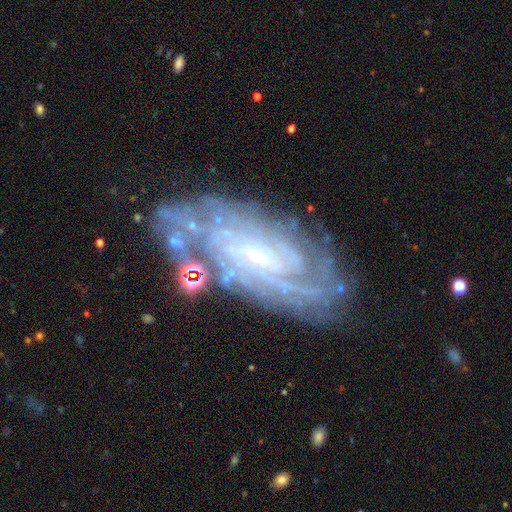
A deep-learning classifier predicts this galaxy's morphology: smooth-or-featured: featured or disk: 86% | smooth: 8% | star or artifact: 7%
  disk-edge-on: no: 93% | yes: 7%
    bar: no: 55% | weak: 34% | strong: 11%
    has-spiral-arms: yes: 96% | no: 4%
      spiral-winding: tight: 75% | medium: 20% | loose: 4%
      spiral-arm-count: can't tell: 36% | 4: 20% | more than 4: 16% | 3: 12% | 2: 10% | 1: 7%
    bulge-size: small: 81% | moderate: 11% | none: 6% | large: 1% | dominant: 1%
  merging: none: 74% | minor disturbance: 17% | major disturbance: 6% | merger: 4%